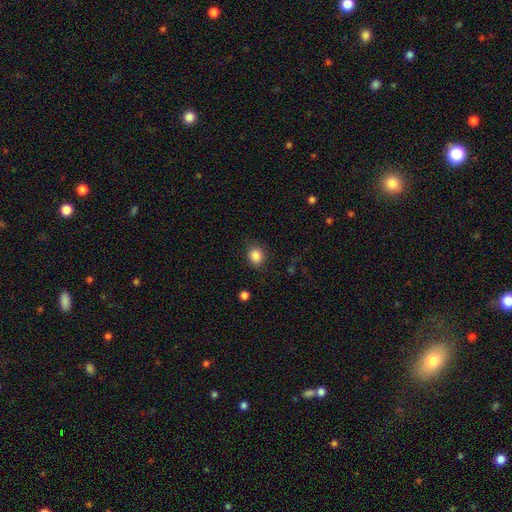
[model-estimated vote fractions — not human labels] Smooth or featured?
  - smooth: 86% *
  - star or artifact: 10%
  - featured or disk: 4%
How rounded?
  - round: 68% *
  - in between: 31%
  - cigar-shaped: 1%
Merging?
  - none: 84% *
  - minor disturbance: 11%
  - major disturbance: 4%
  - merger: 1%